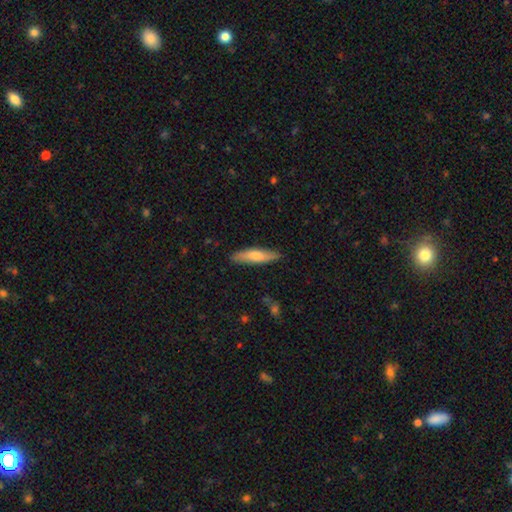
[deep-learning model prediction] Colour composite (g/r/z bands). It shows a smooth galaxy with no disk features (68%) that is cigar-shaped (76%). Merging: none (86%).